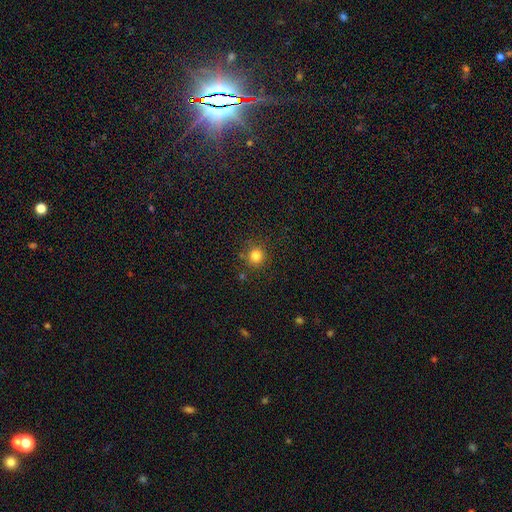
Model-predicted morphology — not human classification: The model was most divided on "smooth or featured": smooth: 81%, star or artifact: 13%, featured or disk: 5%. More confident: how rounded — round (93%); merging — none (86%).